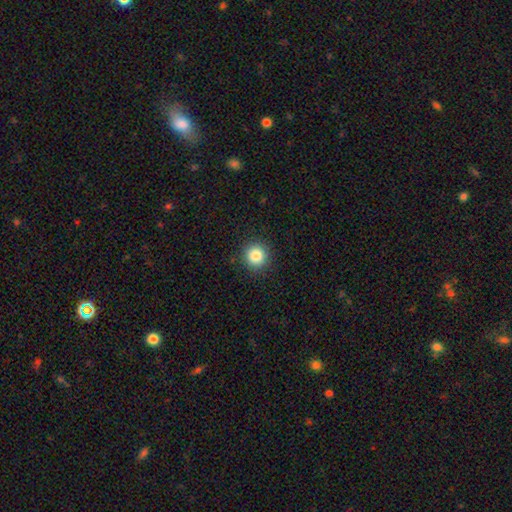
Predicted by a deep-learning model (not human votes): This appears to be a smooth galaxy with no disk features (85%) that is round (94%). Merging: none (92%).